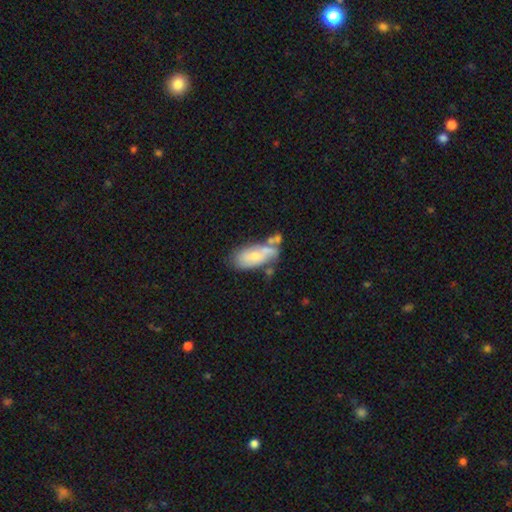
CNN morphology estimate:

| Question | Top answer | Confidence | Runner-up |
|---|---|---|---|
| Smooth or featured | smooth | 60% | featured or disk (33%) |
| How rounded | in between | 86% | cigar-shaped (11%) |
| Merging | none | 38% | minor disturbance (25%) |